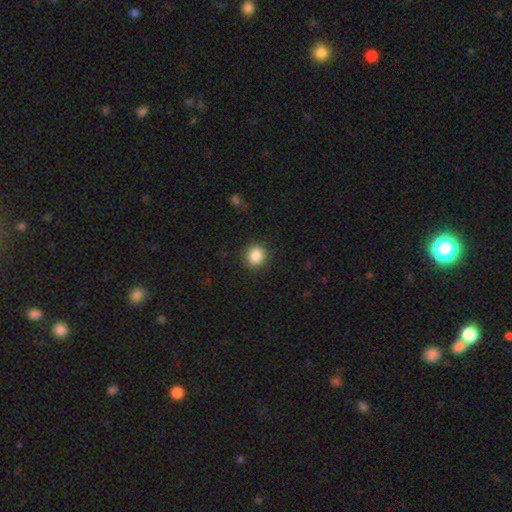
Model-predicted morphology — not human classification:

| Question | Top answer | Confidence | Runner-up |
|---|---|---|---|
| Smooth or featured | smooth | 87% | star or artifact (9%) |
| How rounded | round | 88% | in between (11%) |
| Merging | none | 91% | minor disturbance (6%) |